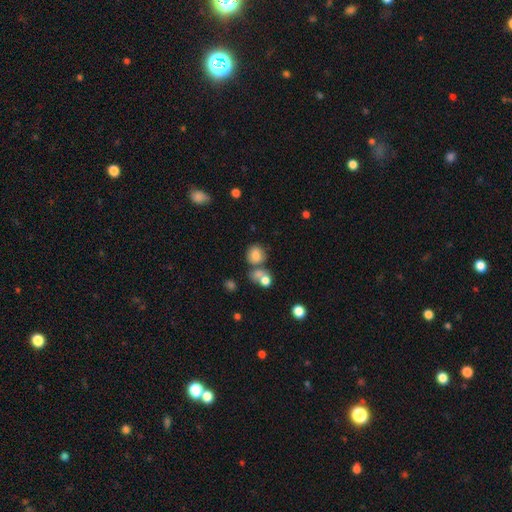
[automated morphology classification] The model was most divided on "merging": none: 50%, merger: 27%, minor disturbance: 15%, major disturbance: 8%. More confident: smooth or featured — smooth (77%); how rounded — round (64%).